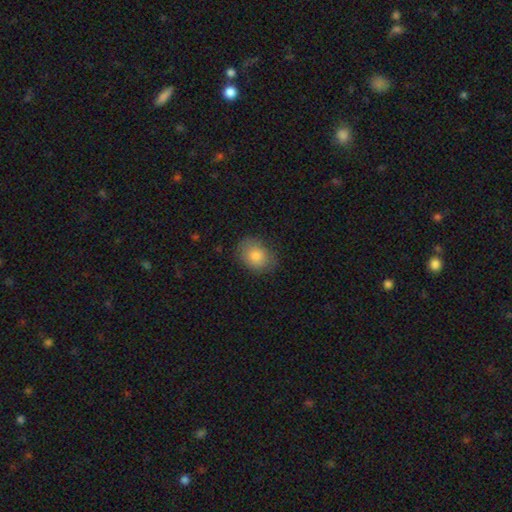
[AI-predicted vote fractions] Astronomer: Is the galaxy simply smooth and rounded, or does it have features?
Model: smooth — 84%.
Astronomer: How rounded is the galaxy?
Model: in between — 59% (runner-up: round, 40%).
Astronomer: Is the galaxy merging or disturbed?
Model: none — 79%.